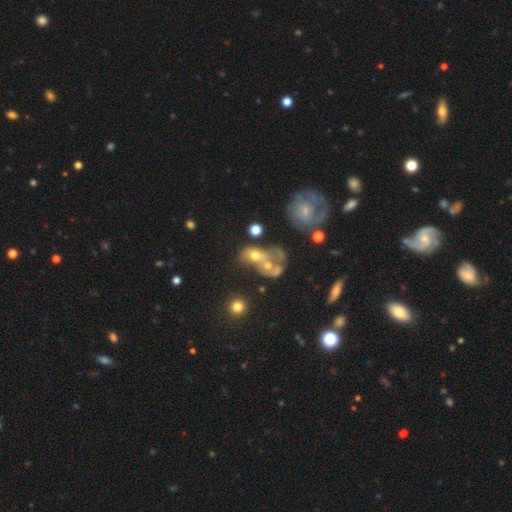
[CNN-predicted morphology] Smooth or featured: featured or disk — 45% (smooth — 40%)
Merging: merger — 51% (major disturbance — 21%)